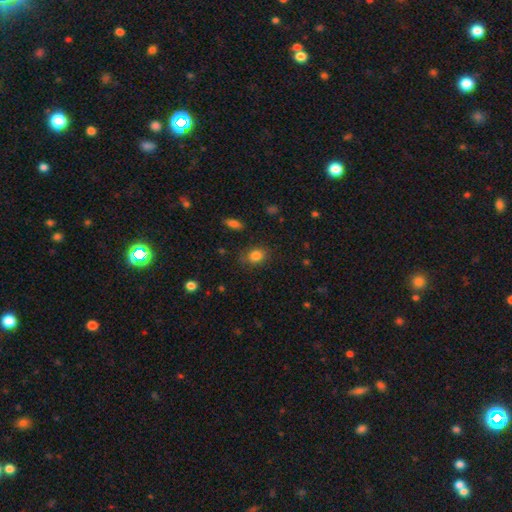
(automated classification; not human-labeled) Q: Smooth or featured?
A: smooth (82%); runner-up: star or artifact (11%)
Q: How rounded?
A: in between (52%); runner-up: round (47%)
Q: Merging?
A: none (75%); runner-up: minor disturbance (18%)